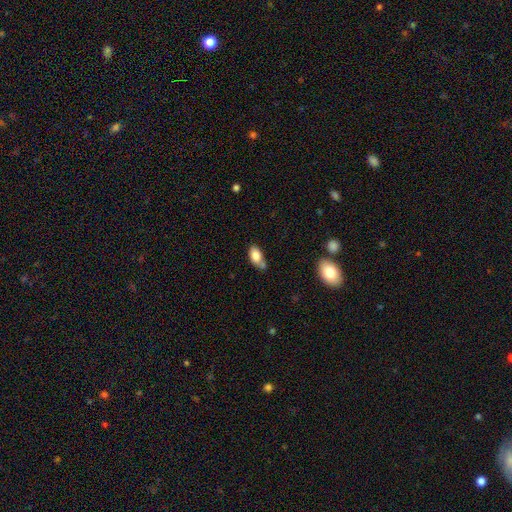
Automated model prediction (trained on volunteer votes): smooth-or-featured: smooth: 81% | featured or disk: 11% | star or artifact: 8%
  how-rounded: in between: 91% | round: 6% | cigar-shaped: 3%
  merging: none: 47% | minor disturbance: 27% | merger: 19% | major disturbance: 7%